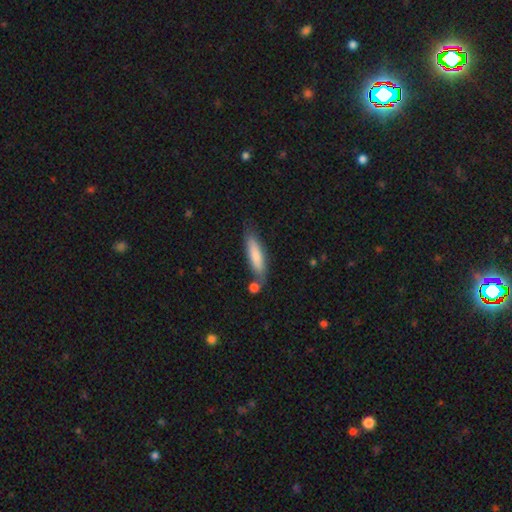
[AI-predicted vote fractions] This appears to be a smooth galaxy with no disk features (78%) that is cigar-shaped (71%). Merging: none (65%).